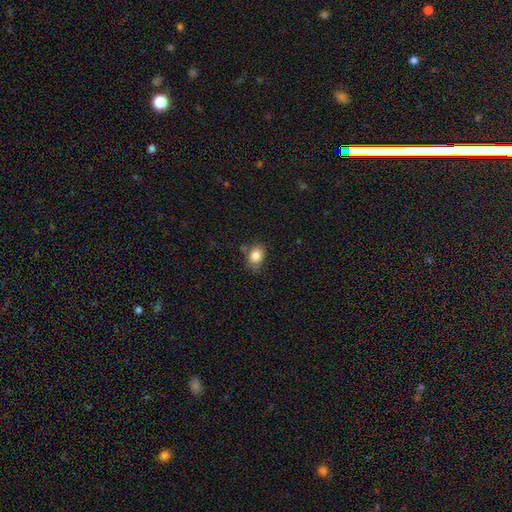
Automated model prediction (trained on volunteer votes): Q: Smooth or featured?
A: smooth (84%); runner-up: star or artifact (9%)
Q: How rounded?
A: in between (63%); runner-up: round (36%)
Q: Merging?
A: none (67%); runner-up: minor disturbance (23%)